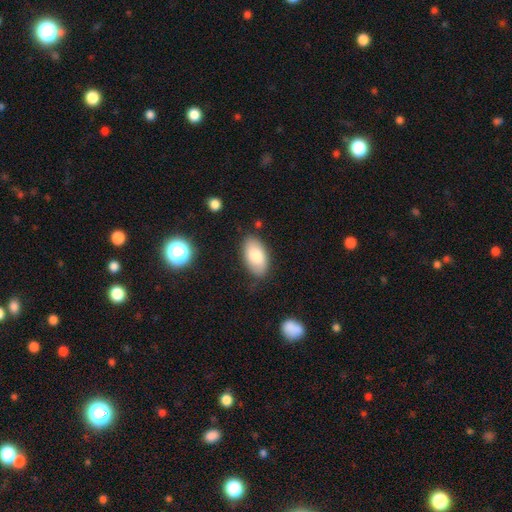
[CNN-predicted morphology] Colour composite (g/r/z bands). It shows a smooth galaxy with no disk features (79%) that is in between round and cigar-shaped (95%). Merging: none (78%).